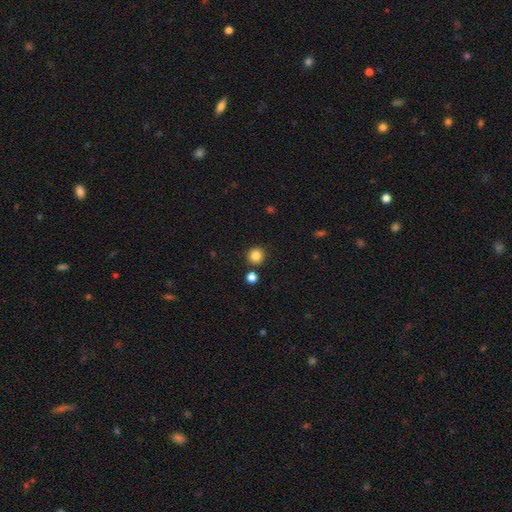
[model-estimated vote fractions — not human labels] Smooth or featured? smooth (84%)
How rounded? round (92%)
Merging? none (86%)